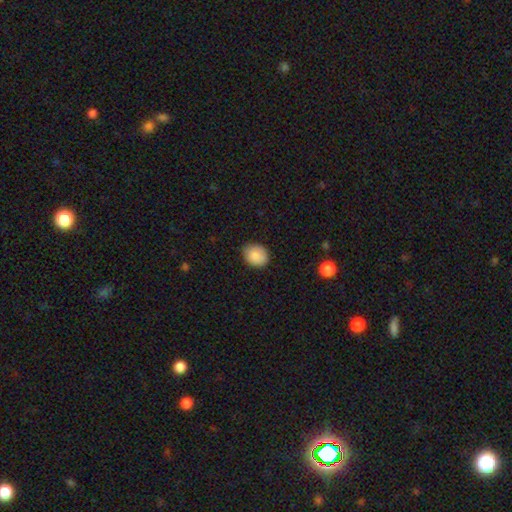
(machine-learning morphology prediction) smooth_or_featured: smooth (p=0.87) [alt: star or artifact p=0.08]
how_rounded: round (p=0.57) [alt: in between p=0.42]
merging: none (p=0.80) [alt: minor disturbance p=0.17]